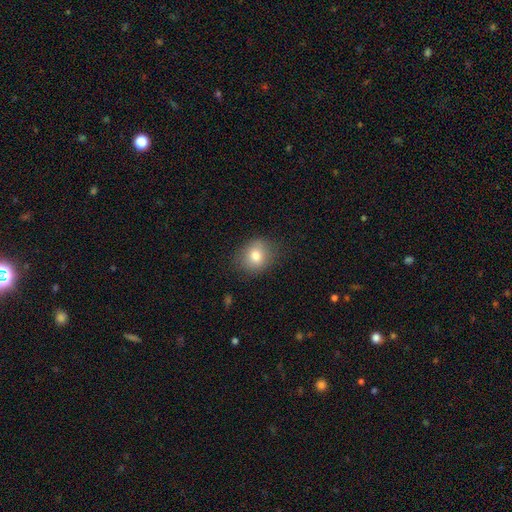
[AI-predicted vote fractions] A smooth galaxy with no disk features (78%) that is round (66%).

Vote fractions:
- Smooth or featured? smooth: 78% / featured or disk: 12% / star or artifact: 10%
- How rounded? round: 66% / in between: 33% / cigar-shaped: 1%
- Merging? none: 80% / minor disturbance: 15% / major disturbance: 4% / merger: 1%